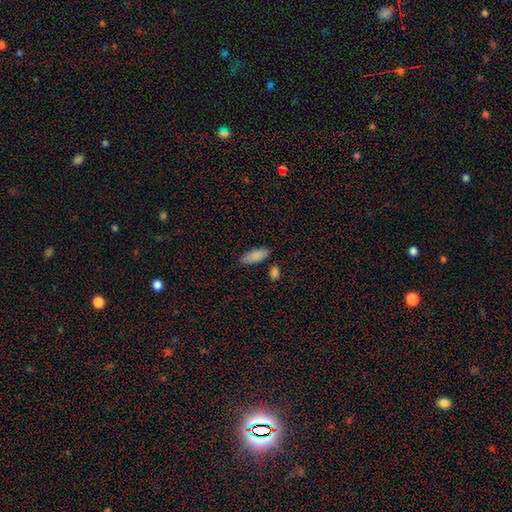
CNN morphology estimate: This is clearly a smooth galaxy (87%). How rounded: likely in between (80%). Merging: likely none (79%).